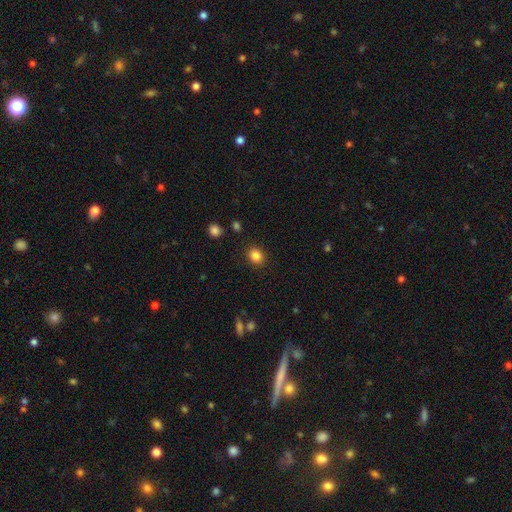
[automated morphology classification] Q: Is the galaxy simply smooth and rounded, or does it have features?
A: smooth — 85%.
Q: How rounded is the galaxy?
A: round — 70%.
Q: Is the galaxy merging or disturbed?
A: none — 88%.